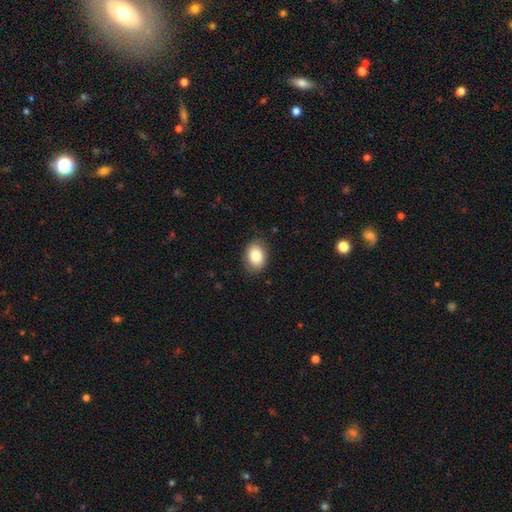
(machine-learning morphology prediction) The model was most divided on "how rounded": in between: 70%, round: 29%, cigar-shaped: 1%. More confident: merging — none (84%); smooth or featured — smooth (83%).